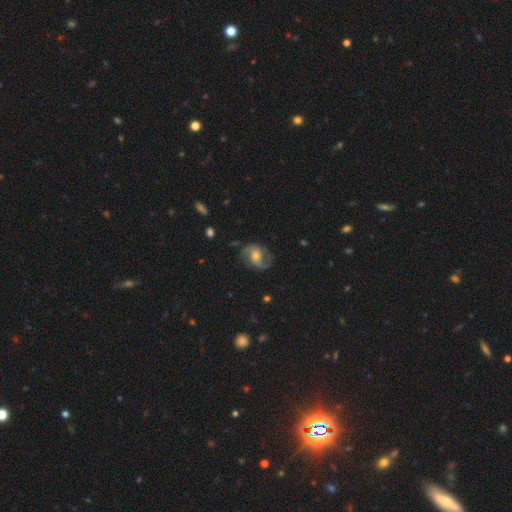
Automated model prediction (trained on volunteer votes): A featured or disk galaxy (80%) with no bar (52%), 2 (87%) medium (50%) spiral arms (94%) and a moderate central bulge (53%).

Vote fractions:
- Smooth or featured? featured or disk: 80% / smooth: 14% / star or artifact: 7%
- Edge-on disk? no: 97% / yes: 3%
- Bar? no: 52% / weak: 38% / strong: 10%
- Spiral arms? yes: 94% / no: 6%
- Spiral winding? medium: 50% / loose: 33% / tight: 17%
- Spiral arm count? 2: 87% / can't tell: 5% / 1: 3% / 3: 2% / 4: 1% / more than 4: 1%
- Bulge size? moderate: 53% / small: 37% / large: 6% / none: 3% / dominant: 1%
- Merging? none: 72% / minor disturbance: 17% / major disturbance: 9% / merger: 2%